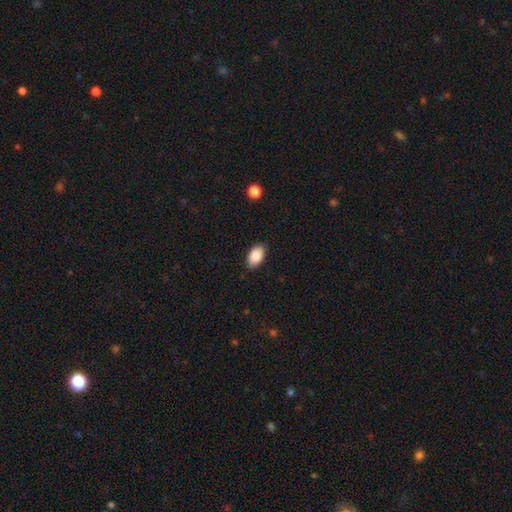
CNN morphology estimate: Smooth or featured: smooth — 89% (star or artifact — 7%)
How rounded: in between — 94% (round — 5%)
Merging: none — 87% (minor disturbance — 10%)